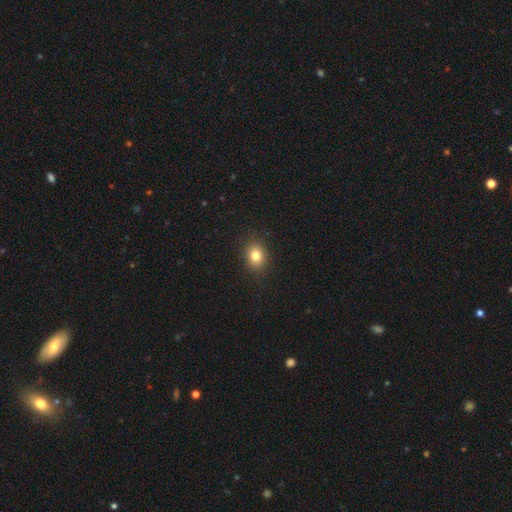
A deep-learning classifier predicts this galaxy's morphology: A smooth galaxy with no disk features (81%) that is in between round and cigar-shaped (54%). Merging: none (89%).